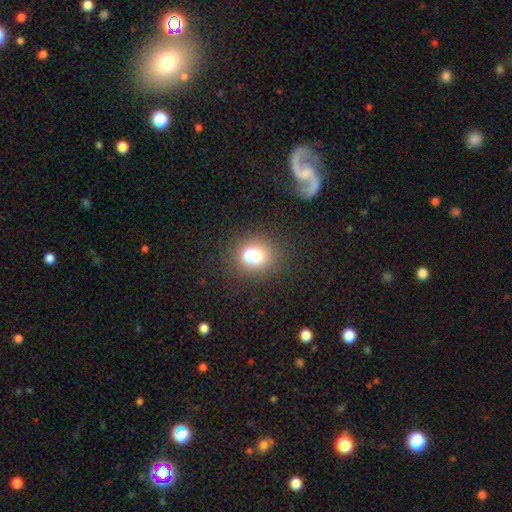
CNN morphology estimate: Smooth or featured? Predicted: smooth (p=0.66). How rounded? Predicted: round (p=0.71). Merging? Predicted: none (p=0.51).